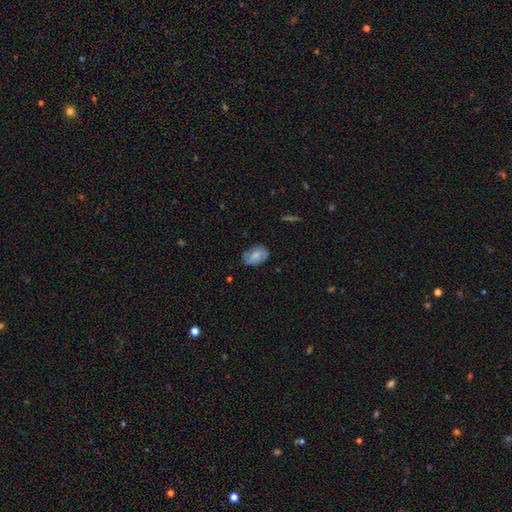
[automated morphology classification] Smooth or featured: smooth — 70% (featured or disk — 23%)
How rounded: in between — 86% (round — 13%)
Merging: none — 75% (minor disturbance — 20%)